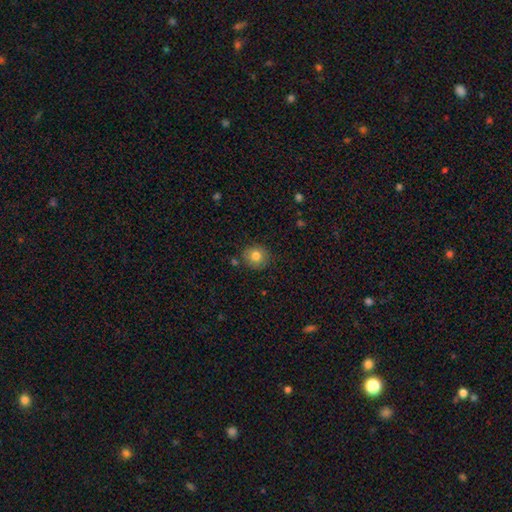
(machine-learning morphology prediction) Smooth or featured: smooth — 79% (featured or disk — 11%)
How rounded: round — 83% (in between — 17%)
Merging: none — 83% (minor disturbance — 11%)